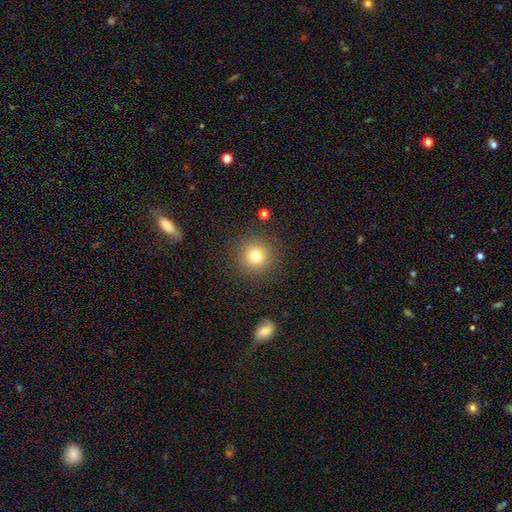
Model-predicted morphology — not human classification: Q: Smooth or featured?
A: smooth (77%); runner-up: star or artifact (14%)
Q: How rounded?
A: round (95%); runner-up: in between (4%)
Q: Merging?
A: none (89%); runner-up: minor disturbance (6%)